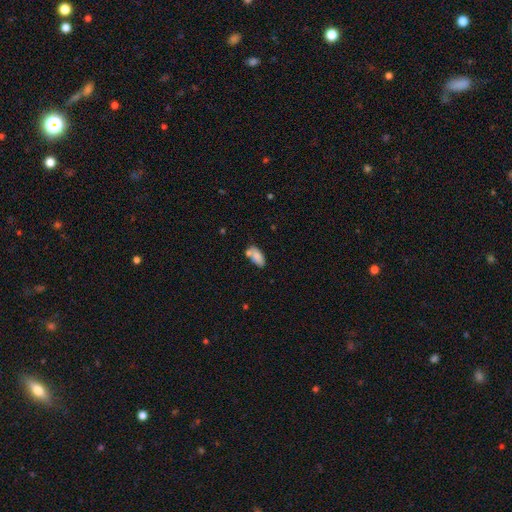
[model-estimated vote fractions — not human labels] Q: Smooth or featured?
A: smooth (81%); runner-up: featured or disk (10%)
Q: How rounded?
A: in between (89%); runner-up: cigar-shaped (8%)
Q: Merging?
A: none (56%); runner-up: merger (21%)